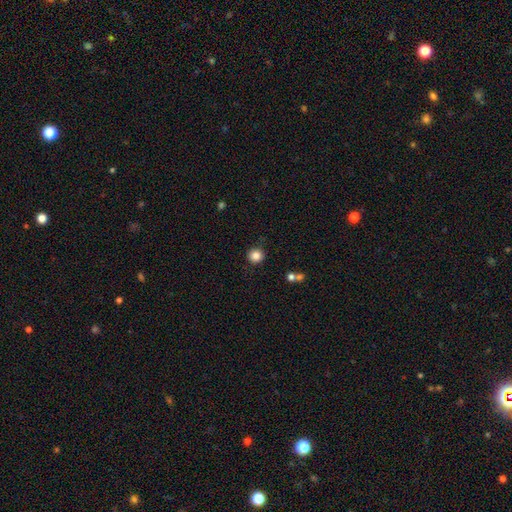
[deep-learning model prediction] Smooth or featured? smooth (85%)
How rounded? round (93%)
Merging? none (87%)